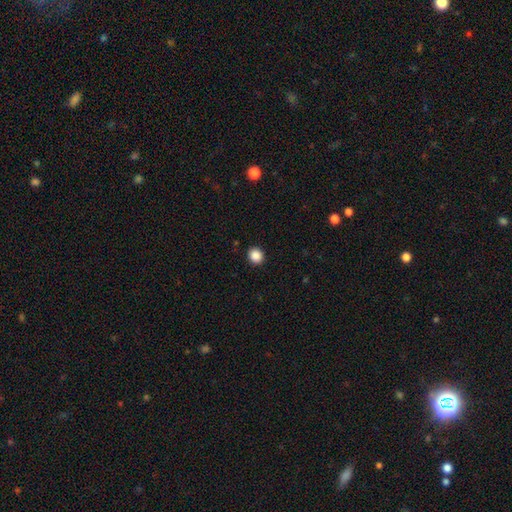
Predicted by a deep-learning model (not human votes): A smooth galaxy with no disk features (88%) that is round (84%).

Vote fractions:
- Smooth or featured? smooth: 88% / star or artifact: 10% / featured or disk: 3%
- How rounded? round: 84% / in between: 15% / cigar-shaped: 1%
- Merging? none: 92% / minor disturbance: 5% / major disturbance: 2% / merger: 1%